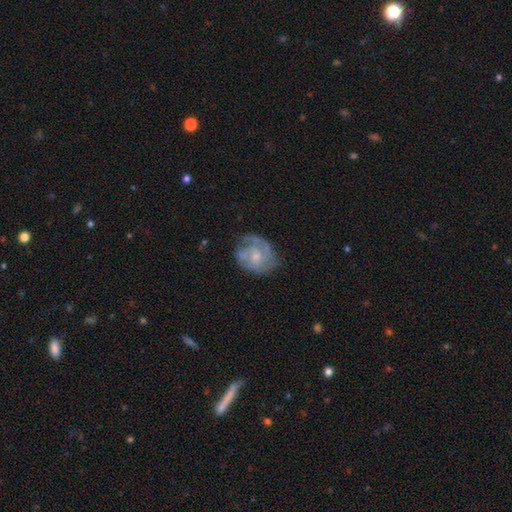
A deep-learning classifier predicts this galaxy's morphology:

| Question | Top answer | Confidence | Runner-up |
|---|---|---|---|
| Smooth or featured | featured or disk | 64% | smooth (29%) |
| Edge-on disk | no | 98% | yes (2%) |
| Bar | no | 77% | weak (20%) |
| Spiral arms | yes | 65% | no (35%) |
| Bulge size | small | 53% | moderate (37%) |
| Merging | none | 57% | minor disturbance (26%) |